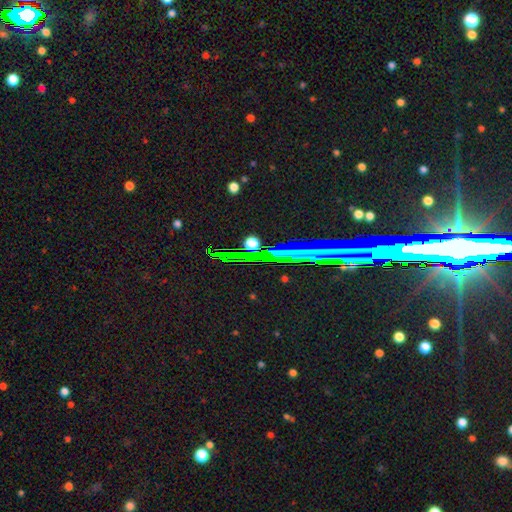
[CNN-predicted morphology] Smooth or featured?
  - star or artifact: 71% *
  - featured or disk: 16%
  - smooth: 14%